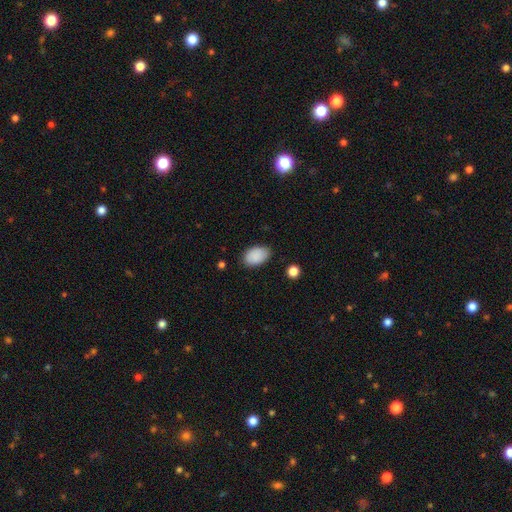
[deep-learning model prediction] Smooth or featured: smooth — 89% (star or artifact — 7%)
How rounded: in between — 91% (round — 8%)
Merging: none — 81% (minor disturbance — 15%)